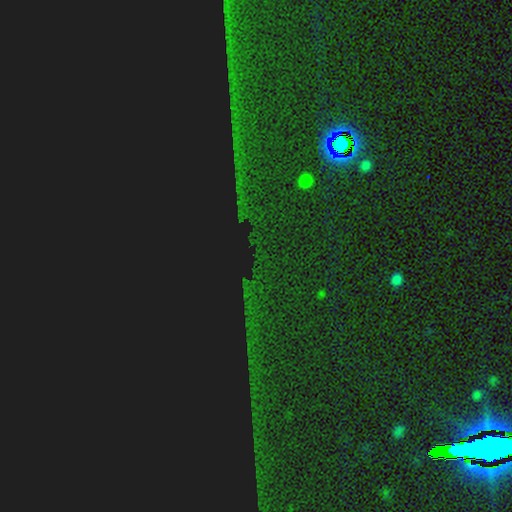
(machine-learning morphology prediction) The model was most divided on "smooth or featured": star or artifact: 86%, smooth: 8%, featured or disk: 7%.